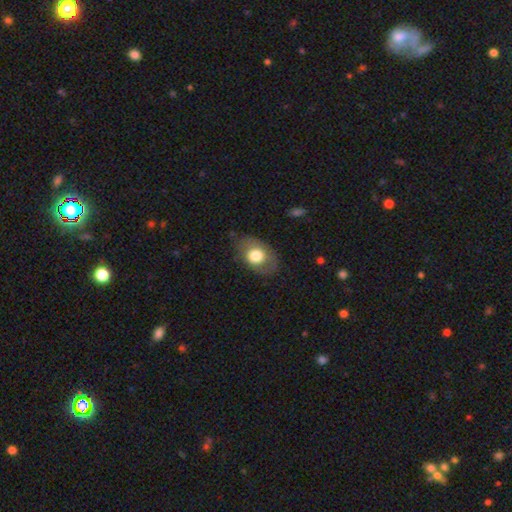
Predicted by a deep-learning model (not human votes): Smooth or featured? smooth (68%)
How rounded? in between (77%)
Merging? none (69%)